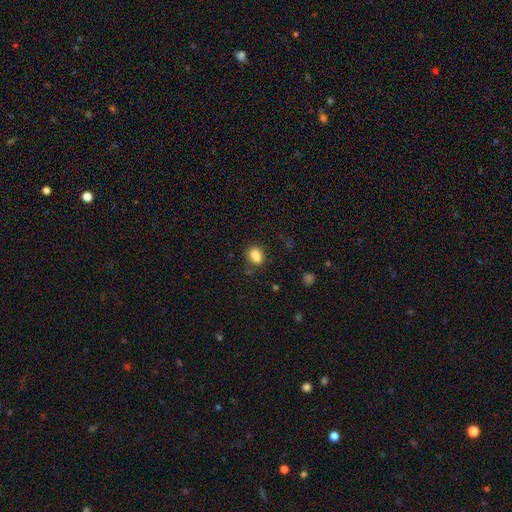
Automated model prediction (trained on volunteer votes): smooth_or_featured: smooth (p=0.81) [alt: star or artifact p=0.11]
how_rounded: in between (p=0.58) [alt: round p=0.41]
merging: none (p=0.59) [alt: merger p=0.20]